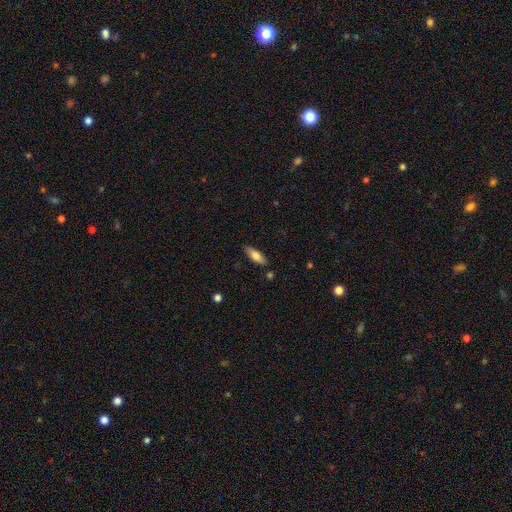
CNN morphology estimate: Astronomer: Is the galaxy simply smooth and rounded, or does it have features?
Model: smooth — 72%.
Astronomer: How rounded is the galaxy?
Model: in between — 60% (runner-up: cigar-shaped, 38%).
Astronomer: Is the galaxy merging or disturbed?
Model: none — 83%.